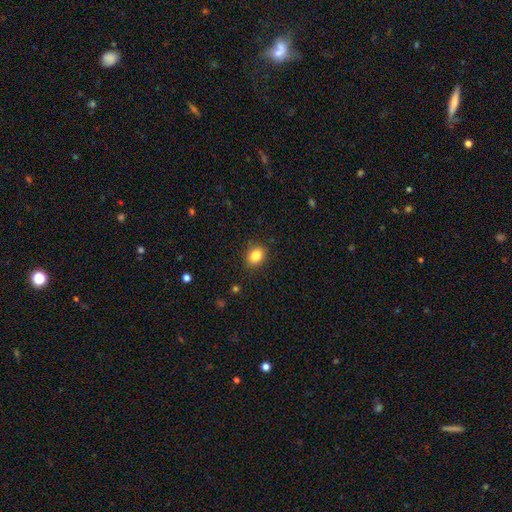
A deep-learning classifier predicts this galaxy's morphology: Smooth or featured: smooth — 85% (star or artifact — 10%)
How rounded: round — 52% (in between — 47%)
Merging: none — 88% (minor disturbance — 9%)